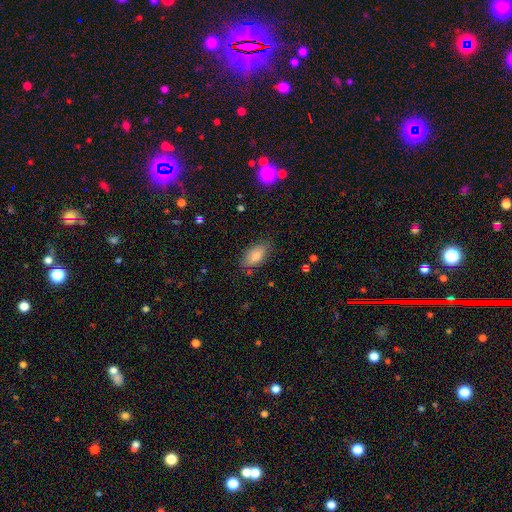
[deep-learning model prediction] smooth-or-featured: smooth: 83% | featured or disk: 9% | star or artifact: 7%
  how-rounded: in between: 88% | cigar-shaped: 9% | round: 3%
  merging: none: 79% | minor disturbance: 16% | major disturbance: 4% | merger: 2%